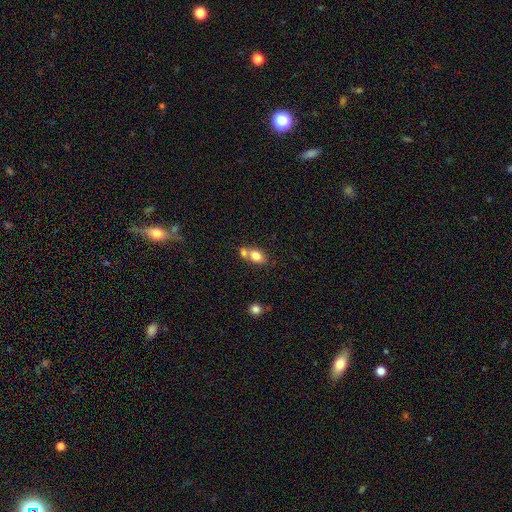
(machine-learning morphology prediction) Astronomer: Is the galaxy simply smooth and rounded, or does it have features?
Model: smooth — 79%.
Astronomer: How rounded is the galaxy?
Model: in between — 77%.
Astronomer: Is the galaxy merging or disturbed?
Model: merger — 48% (runner-up: none, 39%).